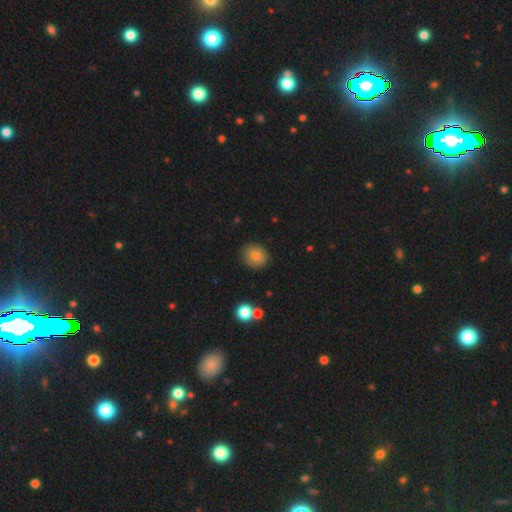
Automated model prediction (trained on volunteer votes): Smooth or featured? smooth (77%)
How rounded? round (77%)
Merging? none (84%)